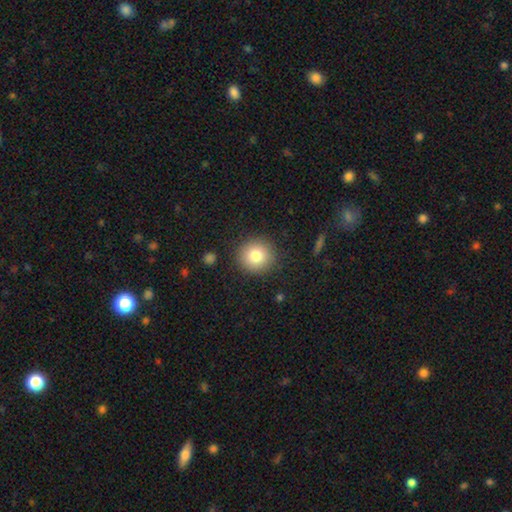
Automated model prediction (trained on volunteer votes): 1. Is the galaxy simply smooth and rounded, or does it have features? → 79% smooth, 11% star or artifact, 10% featured or disk.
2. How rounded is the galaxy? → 93% round, 6% in between, 1% cigar-shaped.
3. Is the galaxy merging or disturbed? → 89% none, 7% minor disturbance, 3% major disturbance, 1% merger.